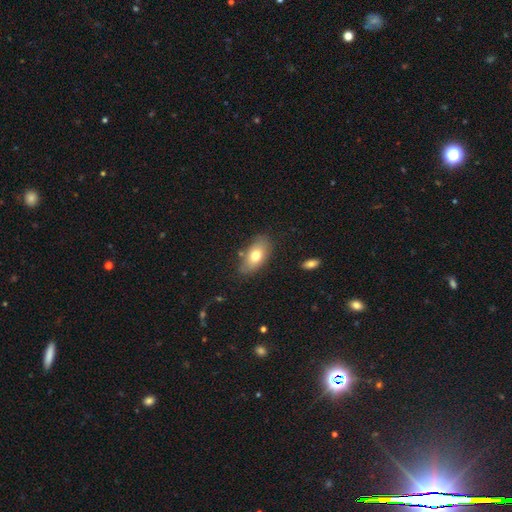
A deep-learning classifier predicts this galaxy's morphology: smooth_or_featured: smooth (p=0.71) [alt: featured or disk p=0.22]
how_rounded: in between (p=0.90) [alt: round p=0.06]
merging: none (p=0.77) [alt: minor disturbance p=0.16]